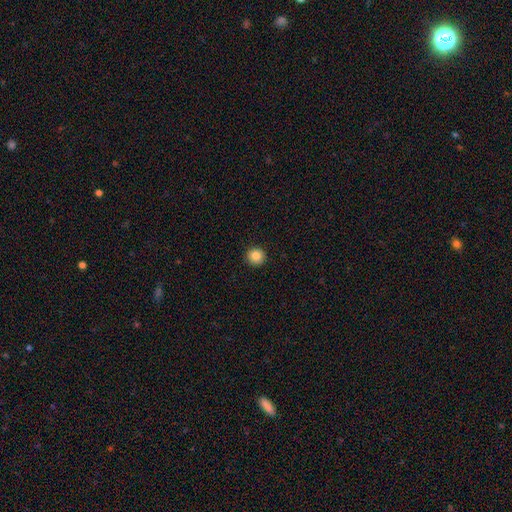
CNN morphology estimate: This is clearly a smooth galaxy (86%). How rounded: clearly round (94%). Merging: clearly none (93%).